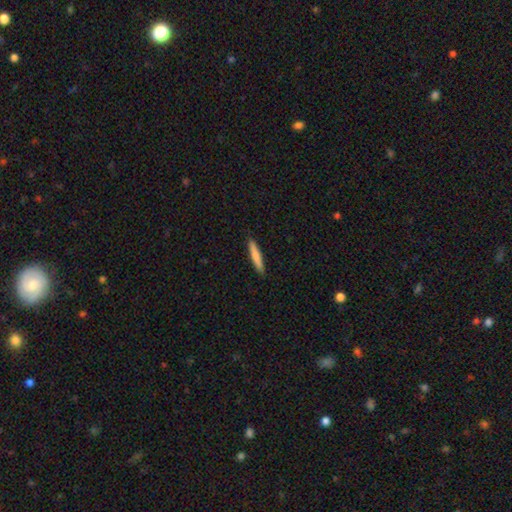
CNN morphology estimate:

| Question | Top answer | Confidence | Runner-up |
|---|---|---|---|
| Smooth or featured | smooth | 77% | featured or disk (18%) |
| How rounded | cigar-shaped | 92% | in between (7%) |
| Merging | none | 91% | minor disturbance (7%) |